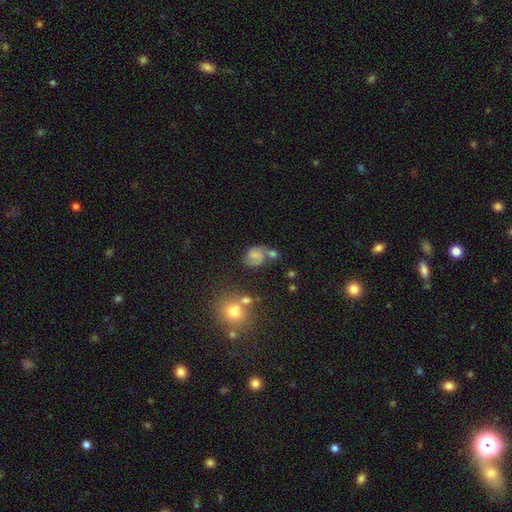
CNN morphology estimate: Smooth or featured?
  - featured or disk: 51% *
  - smooth: 38%
  - star or artifact: 12%
Edge-on disk?
  - no: 98% *
  - yes: 2%
Merging?
  - none: 50% *
  - minor disturbance: 20%
  - merger: 19%
  - major disturbance: 11%